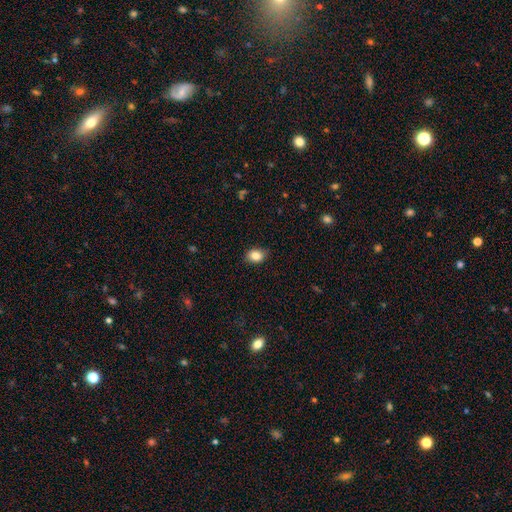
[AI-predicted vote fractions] Smooth or featured? smooth (85%)
How rounded? in between (63%)
Merging? none (82%)